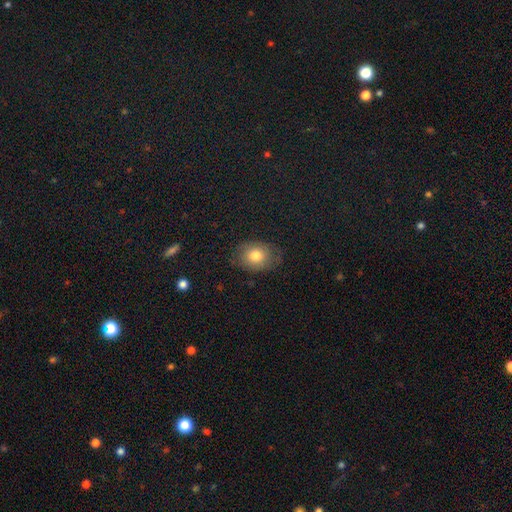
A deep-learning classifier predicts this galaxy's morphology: type=smooth (77%); roundness=in between (59%); merging=none (76%).